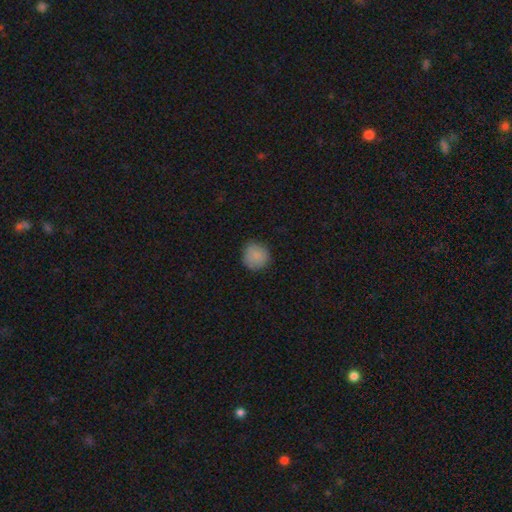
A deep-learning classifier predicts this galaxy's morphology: This is clearly a smooth galaxy (85%). How rounded: clearly round (93%). Merging: clearly none (84%).